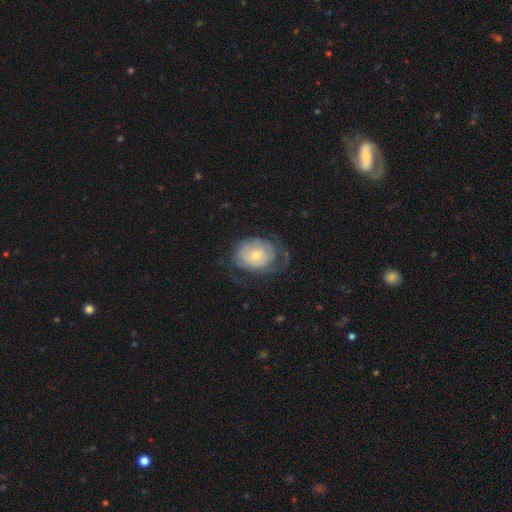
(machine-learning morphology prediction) The model was most divided on "smooth or featured": featured or disk: 54%, smooth: 39%, star or artifact: 7%. Remaining: edge-on disk — no (96%); bar — no (80%); spiral arms — yes (65%); bulge size — small (59%); merging — none (48%).